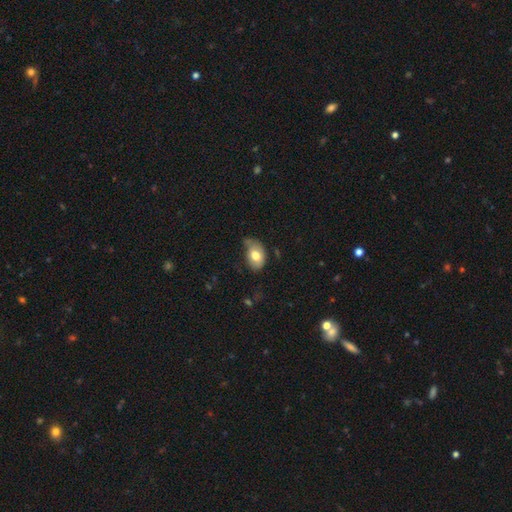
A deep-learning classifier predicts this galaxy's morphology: This is likely a smooth galaxy (73%). How rounded: clearly in between (84%). Merging: marginally minor disturbance (42%).